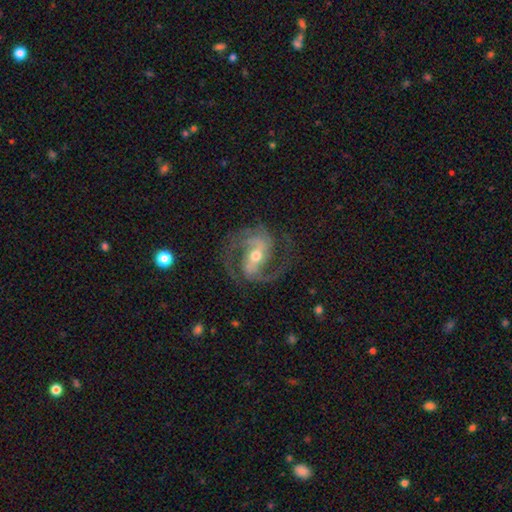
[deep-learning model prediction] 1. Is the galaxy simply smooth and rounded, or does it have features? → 91% featured or disk, 5% star or artifact, 4% smooth.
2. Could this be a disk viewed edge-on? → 97% no, 3% yes.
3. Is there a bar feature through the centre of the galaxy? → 49% strong, 35% weak, 17% no.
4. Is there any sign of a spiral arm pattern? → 98% yes, 2% no.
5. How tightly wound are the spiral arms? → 61% medium, 23% tight, 16% loose.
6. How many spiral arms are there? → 90% 2, 4% 3, 2% can't tell, 1% 1, 1% 4, 1% more than 4.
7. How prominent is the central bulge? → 59% moderate, 35% small, 4% large, 1% none, 1% dominant.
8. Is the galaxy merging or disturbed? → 79% none, 12% minor disturbance, 8% major disturbance, 1% merger.